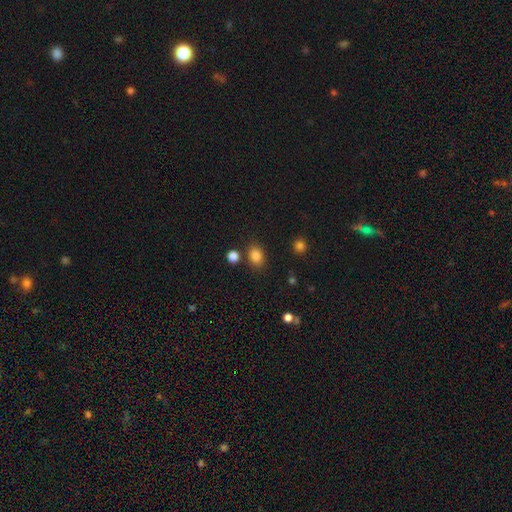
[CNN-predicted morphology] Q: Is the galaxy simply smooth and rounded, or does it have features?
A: smooth — 84%.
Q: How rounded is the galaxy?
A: in between — 61%.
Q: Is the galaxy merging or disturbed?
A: none — 79%.